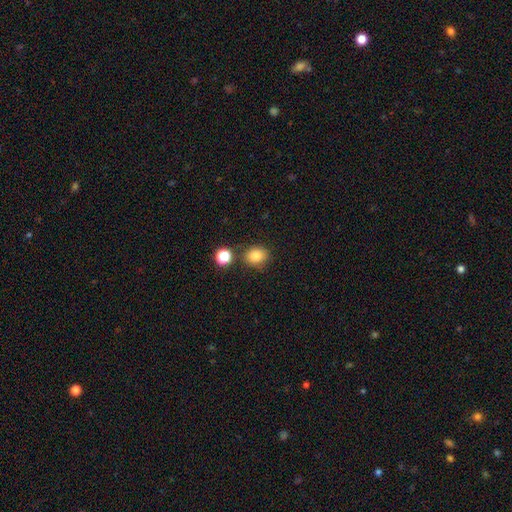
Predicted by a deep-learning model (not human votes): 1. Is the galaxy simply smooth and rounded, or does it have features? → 82% smooth, 12% star or artifact, 6% featured or disk.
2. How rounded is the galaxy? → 58% round, 41% in between, 1% cigar-shaped.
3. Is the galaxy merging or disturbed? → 77% none, 11% minor disturbance, 8% merger, 3% major disturbance.